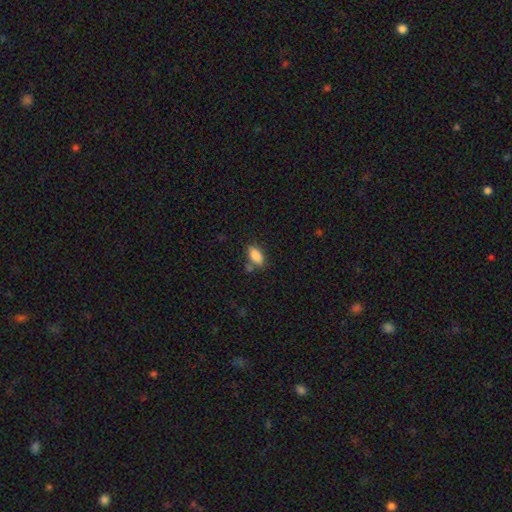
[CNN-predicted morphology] smooth-or-featured: smooth: 86% | star or artifact: 8% | featured or disk: 6%
  how-rounded: in between: 90% | cigar-shaped: 6% | round: 4%
  merging: none: 69% | minor disturbance: 16% | merger: 10% | major disturbance: 4%